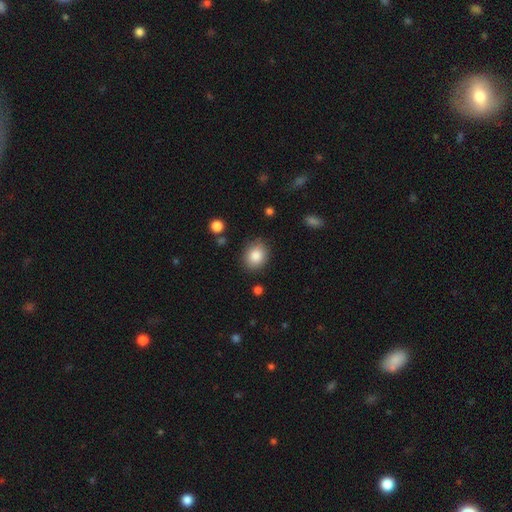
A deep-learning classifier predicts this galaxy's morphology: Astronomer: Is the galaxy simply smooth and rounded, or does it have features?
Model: smooth — 86%.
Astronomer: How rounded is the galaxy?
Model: round — 57% (runner-up: in between, 43%).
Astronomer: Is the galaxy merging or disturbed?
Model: none — 82%.